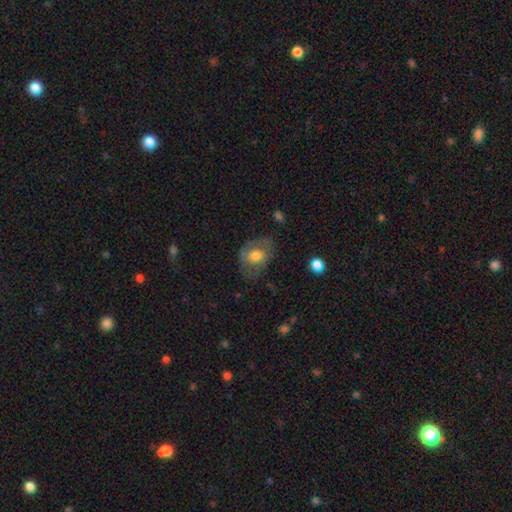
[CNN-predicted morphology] This appears to be a smooth galaxy with no disk features (57%) that is in between round and cigar-shaped (60%). Merging: none (59%).